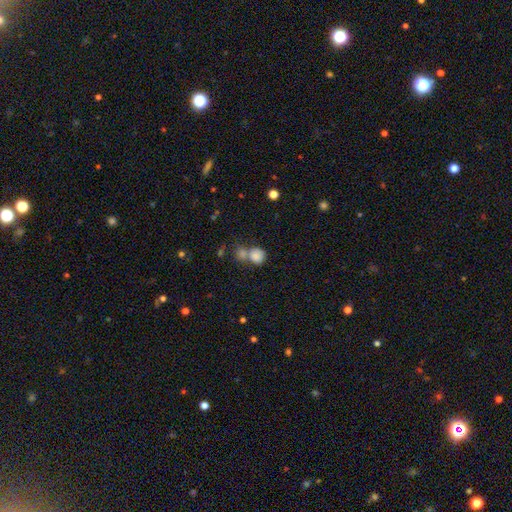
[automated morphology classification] Smooth or featured?
  - smooth: 83% *
  - star or artifact: 9%
  - featured or disk: 8%
How rounded?
  - round: 76% *
  - in between: 23%
  - cigar-shaped: 1%
Merging?
  - merger: 51% *
  - none: 35%
  - minor disturbance: 9%
  - major disturbance: 5%